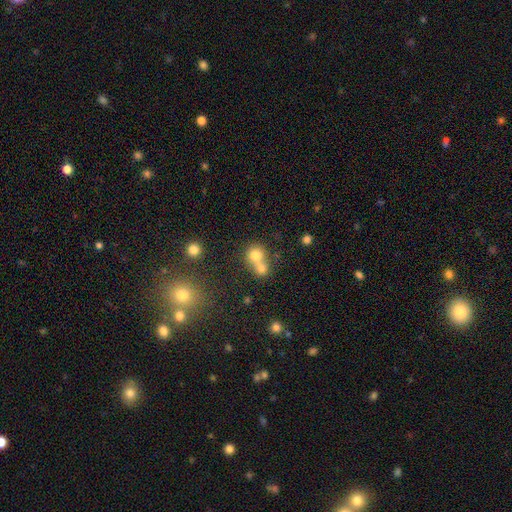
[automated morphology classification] Overall: smooth (74%). How rounded: round (79%). Merging: merger (64%; none 28%).